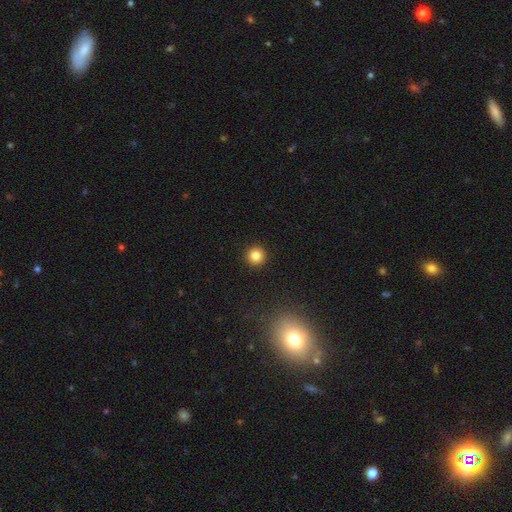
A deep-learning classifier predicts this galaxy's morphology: Smooth or featured: smooth — 84% (star or artifact — 12%)
How rounded: round — 95% (in between — 4%)
Merging: none — 93% (minor disturbance — 4%)